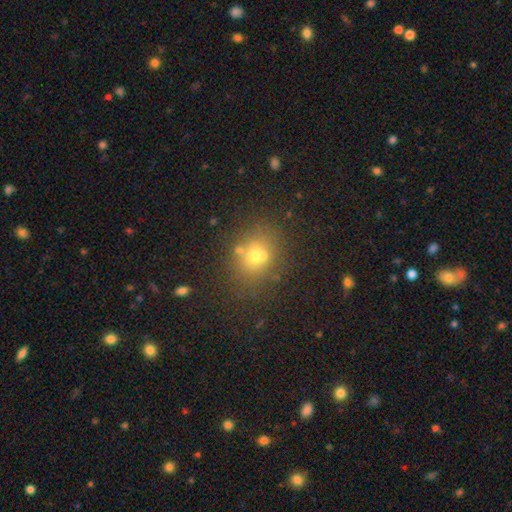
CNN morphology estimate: This is likely a smooth galaxy (62%). How rounded: likely round (62%). Merging: likely none (61%).